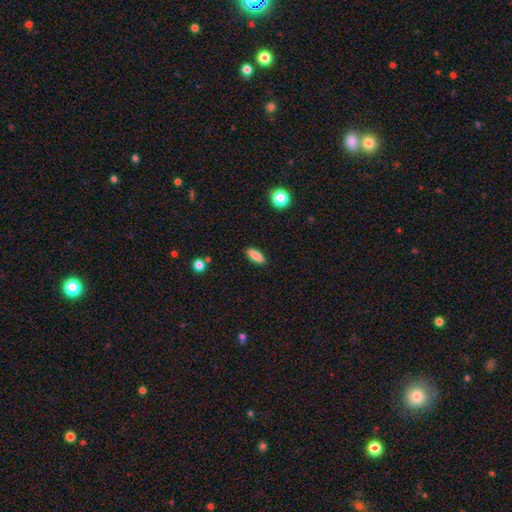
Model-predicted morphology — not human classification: Q: Smooth or featured?
A: smooth (86%); runner-up: star or artifact (8%)
Q: How rounded?
A: in between (76%); runner-up: cigar-shaped (22%)
Q: Merging?
A: none (89%); runner-up: minor disturbance (8%)